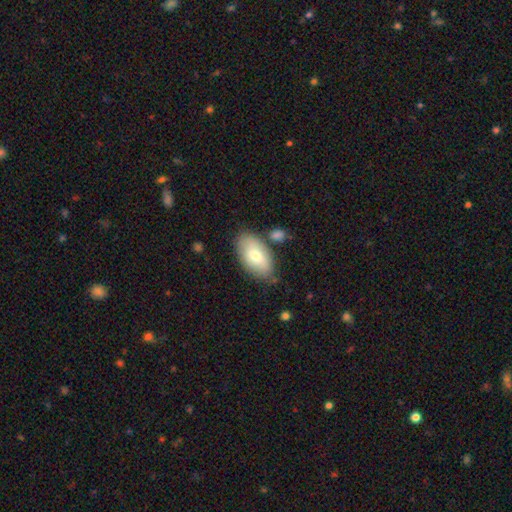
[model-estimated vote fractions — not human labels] Smooth or featured? Predicted: smooth (p=0.73). How rounded? Predicted: in between (p=0.94). Merging? Predicted: none (p=0.74).